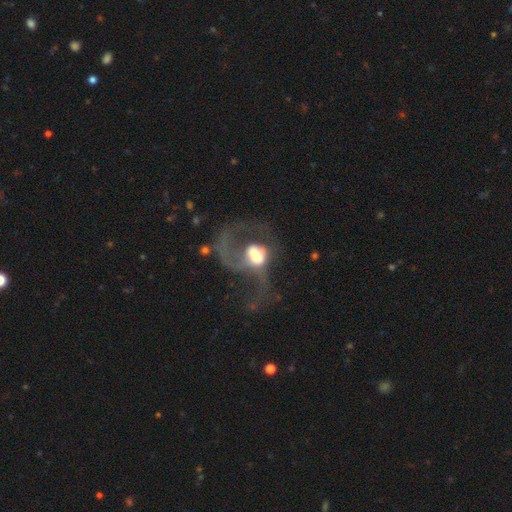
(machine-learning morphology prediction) smooth_or_featured: featured or disk (p=0.58) [alt: smooth p=0.31]
disk_edge_on: no (p=0.96) [alt: yes p=0.04]
bar: no (p=0.68) [alt: weak p=0.23]
has_spiral_arms: yes (p=0.53) [alt: no p=0.47]
bulge_size: large (p=0.43) [alt: moderate p=0.28]
merging: major disturbance (p=0.61) [alt: none p=0.16]